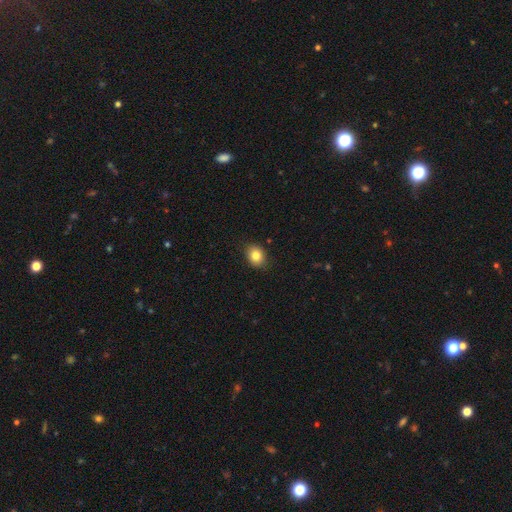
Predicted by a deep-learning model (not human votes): Morphology: type=smooth (83%); roundness=in between (52%); merging=none (86%).